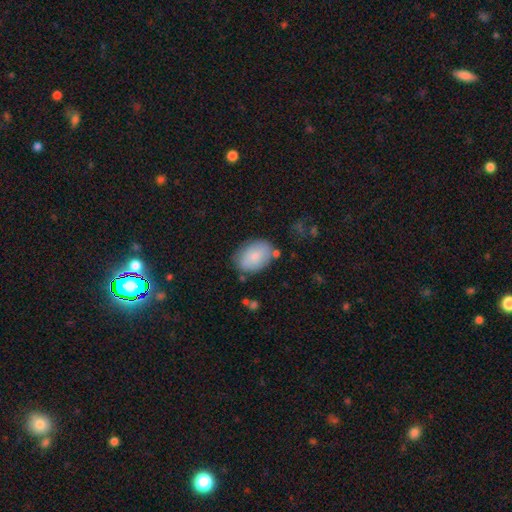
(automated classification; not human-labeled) The model was most divided on "merging": none: 71%, minor disturbance: 19%, merger: 5%, major disturbance: 5%. More confident: how rounded — in between (85%); smooth or featured — smooth (81%).